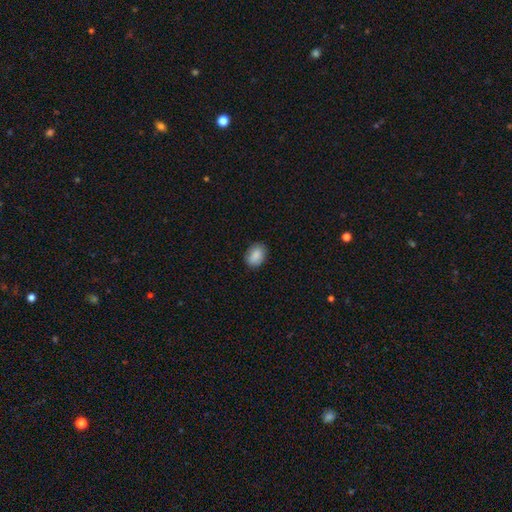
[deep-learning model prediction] smooth-or-featured: smooth: 88% | star or artifact: 7% | featured or disk: 5%
  how-rounded: in between: 74% | round: 25% | cigar-shaped: 1%
  merging: none: 84% | minor disturbance: 12% | major disturbance: 2% | merger: 1%